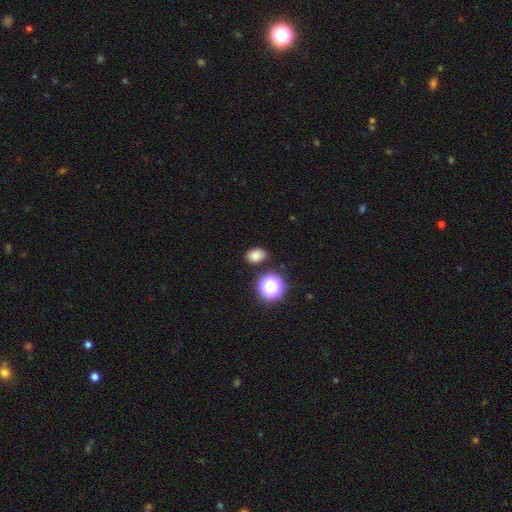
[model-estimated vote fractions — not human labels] Smooth or featured? Predicted: smooth (p=0.79). How rounded? Predicted: in between (p=0.68). Merging? Predicted: none (p=0.84).